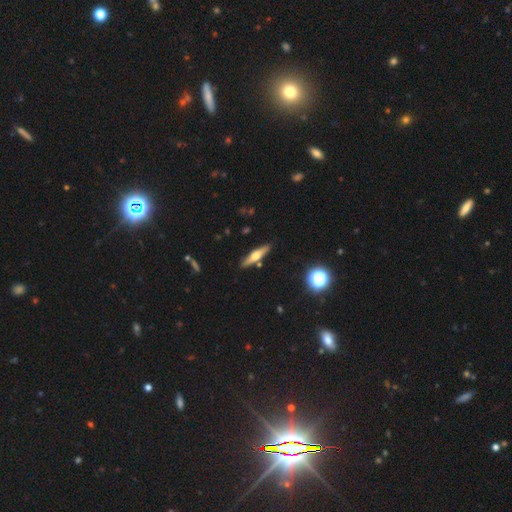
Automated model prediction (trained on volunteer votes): A featured or disk galaxy (54%) viewed edge-on (94%) with a rounded central bulge (90%).

Vote fractions:
- Smooth or featured? featured or disk: 54% / smooth: 39% / star or artifact: 8%
- Edge-on disk? yes: 94% / no: 6%
- Edge-on bulge? rounded: 90% / boxy: 6% / none: 4%
- Merging? none: 86% / minor disturbance: 9% / merger: 3% / major disturbance: 2%